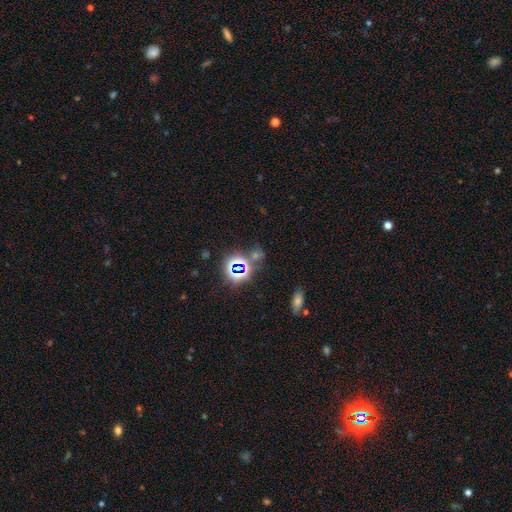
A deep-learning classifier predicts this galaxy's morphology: The model was most divided on "smooth or featured": star or artifact: 69%, smooth: 22%, featured or disk: 9%.